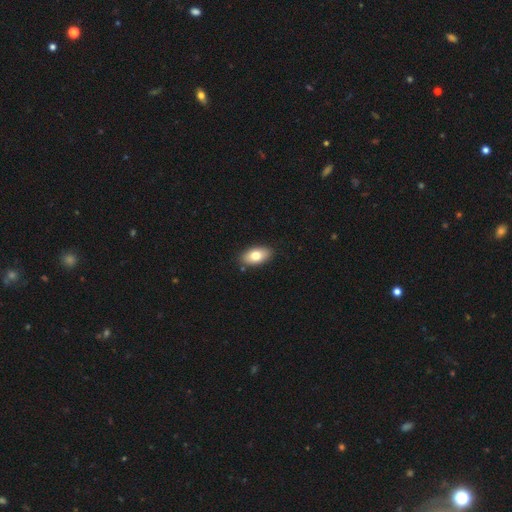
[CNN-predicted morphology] A smooth galaxy with no disk features (77%) that is in between round and cigar-shaped (92%). Merging: none (88%).